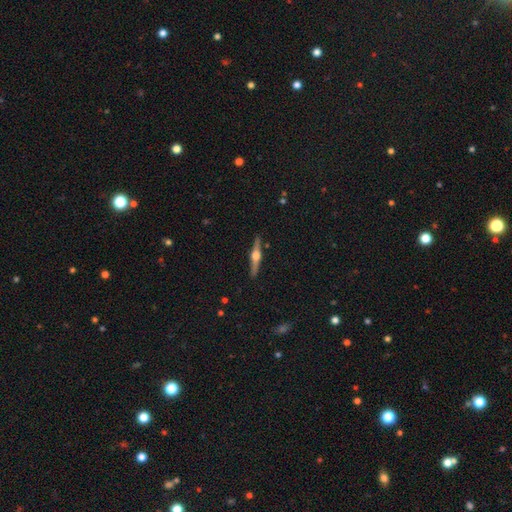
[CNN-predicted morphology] This is clearly a featured or disk galaxy (80%). It is clearly viewed edge-on (98%). Edge-on bulge: clearly rounded (94%). Merging: clearly none (91%).